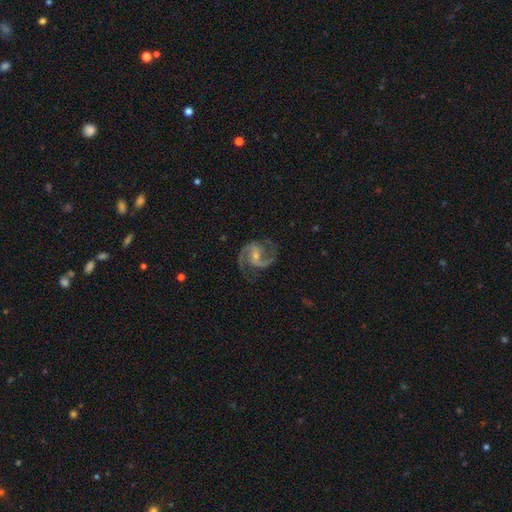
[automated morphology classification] Q: Smooth or featured?
A: featured or disk (92%); runner-up: star or artifact (4%)
Q: Edge-on disk?
A: no (98%); runner-up: yes (2%)
Q: Bar?
A: weak (46%); runner-up: no (31%)
Q: Spiral arms?
A: yes (98%); runner-up: no (2%)
Q: Spiral winding?
A: medium (65%); runner-up: loose (21%)
Q: Spiral arm count?
A: 2 (92%); runner-up: 3 (3%)
Q: Bulge size?
A: small (62%); runner-up: moderate (33%)
Q: Merging?
A: none (78%); runner-up: minor disturbance (14%)